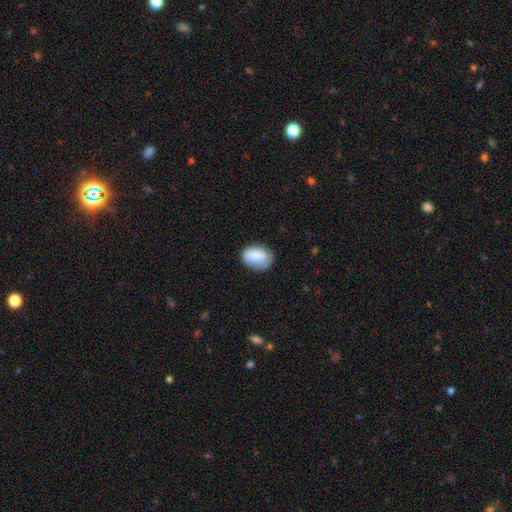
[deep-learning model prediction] Smooth or featured: smooth — 84% (featured or disk — 9%)
How rounded: in between — 73% (round — 26%)
Merging: none — 67% (minor disturbance — 24%)